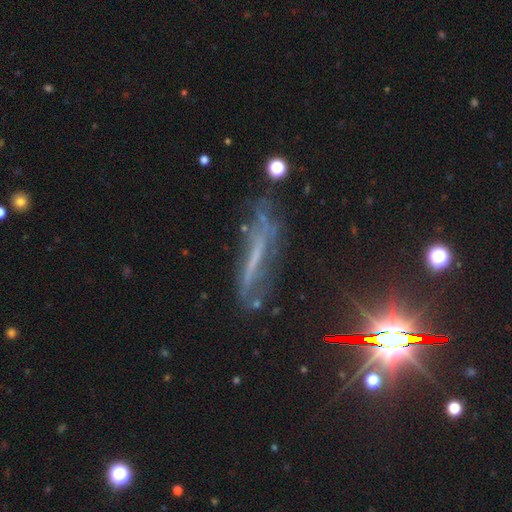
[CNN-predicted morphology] type=featured or disk (53%); edge-on=yes (55%); merging=none (53%).